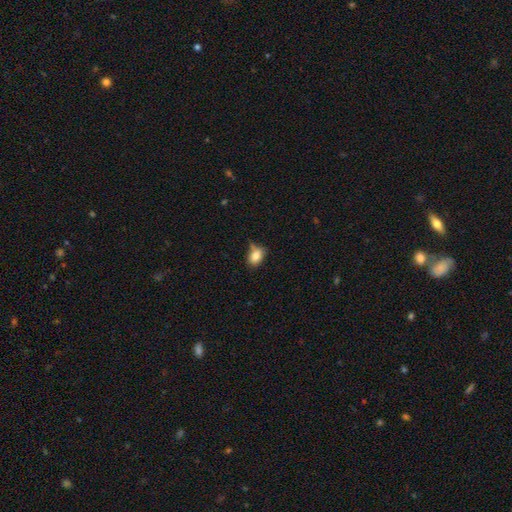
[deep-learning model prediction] smooth-or-featured: smooth: 82% | star or artifact: 9% | featured or disk: 9%
  how-rounded: in between: 73% | round: 26% | cigar-shaped: 2%
  merging: none: 55% | minor disturbance: 30% | merger: 7% | major disturbance: 7%